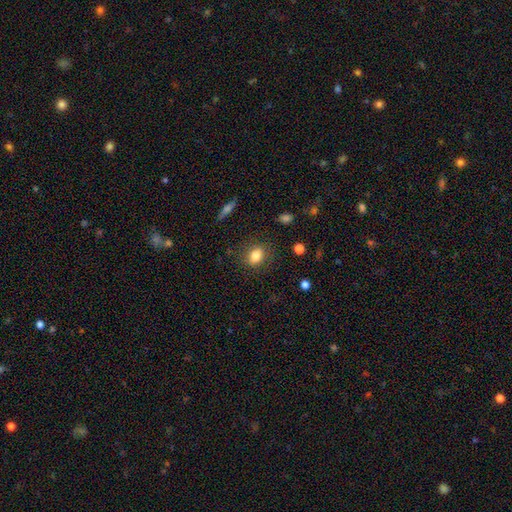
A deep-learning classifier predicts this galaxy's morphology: smooth-or-featured: smooth: 82% | star or artifact: 10% | featured or disk: 8%
  how-rounded: in between: 61% | round: 38% | cigar-shaped: 2%
  merging: none: 82% | minor disturbance: 12% | major disturbance: 4% | merger: 2%